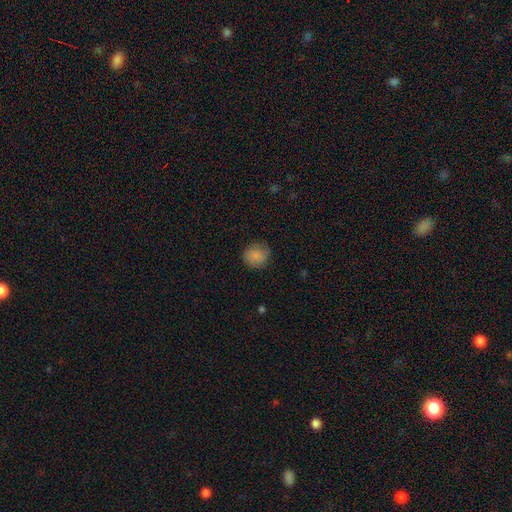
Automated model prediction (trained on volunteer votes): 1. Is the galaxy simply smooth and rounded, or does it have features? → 86% smooth, 8% star or artifact, 6% featured or disk.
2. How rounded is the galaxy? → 85% round, 14% in between, 1% cigar-shaped.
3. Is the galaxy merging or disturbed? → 79% none, 16% minor disturbance, 4% major disturbance, 1% merger.